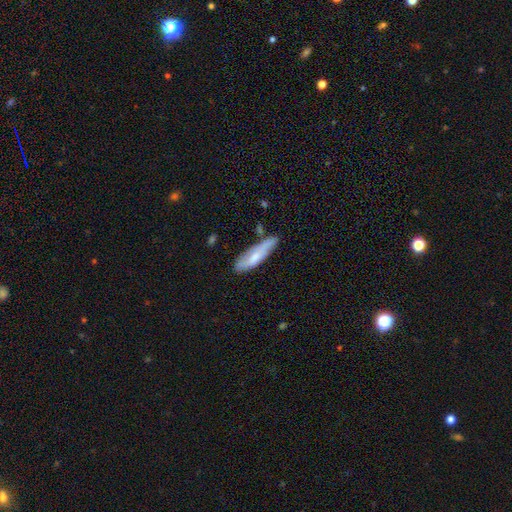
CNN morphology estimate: Smooth or featured? Predicted: smooth (p=0.59). How rounded? Predicted: cigar-shaped (p=0.64). Merging? Predicted: none (p=0.63).